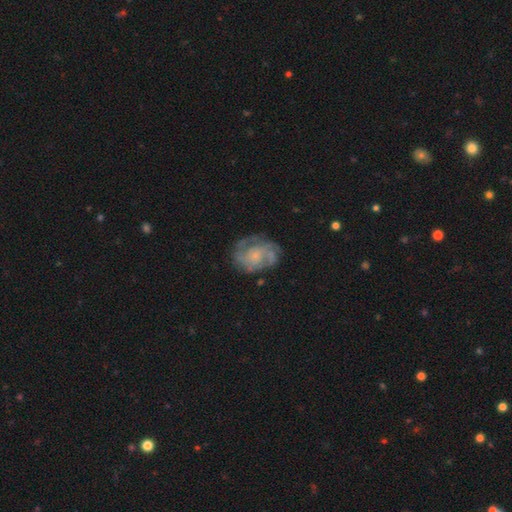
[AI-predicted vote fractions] Smooth or featured?
  - featured or disk: 78% *
  - smooth: 15%
  - star or artifact: 7%
Edge-on disk?
  - no: 98% *
  - yes: 2%
Bar?
  - no: 74% *
  - weak: 22%
  - strong: 4%
Spiral arms?
  - yes: 90% *
  - no: 10%
Spiral winding?
  - tight: 46% *
  - medium: 41%
  - loose: 13%
Spiral arm count?
  - 2: 30% *
  - can't tell: 27%
  - 3: 25%
  - 4: 8%
  - 1: 5%
  - more than 4: 5%
Bulge size?
  - small: 62% *
  - moderate: 20%
  - none: 13%
  - large: 3%
  - dominant: 1%
Merging?
  - none: 67% *
  - minor disturbance: 20%
  - major disturbance: 11%
  - merger: 2%